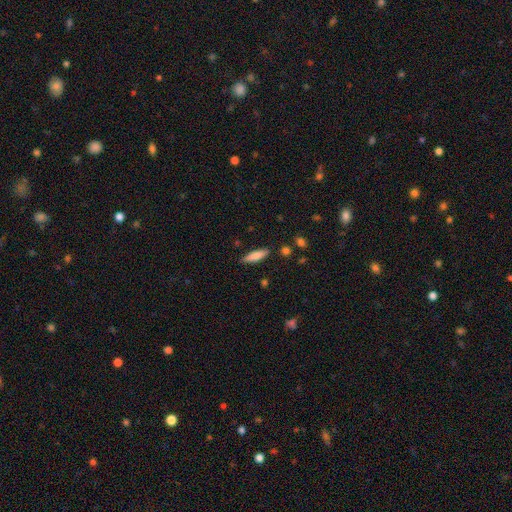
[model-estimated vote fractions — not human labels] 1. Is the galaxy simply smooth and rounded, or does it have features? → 78% smooth, 16% featured or disk, 6% star or artifact.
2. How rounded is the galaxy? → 65% cigar-shaped, 34% in between, 2% round.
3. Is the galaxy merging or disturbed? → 85% none, 11% minor disturbance, 2% major disturbance, 2% merger.